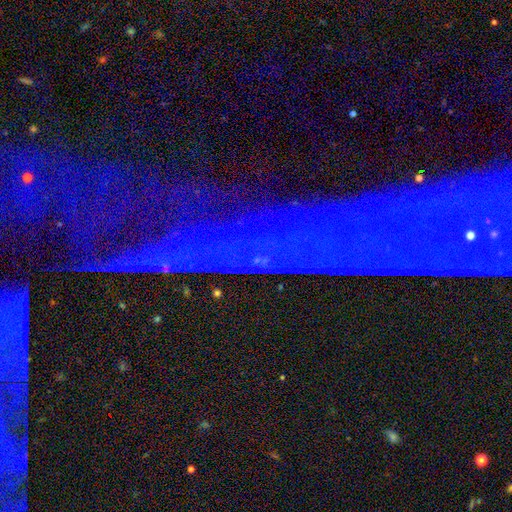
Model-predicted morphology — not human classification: This is likely a star or artifact rather than a galaxy (72%).